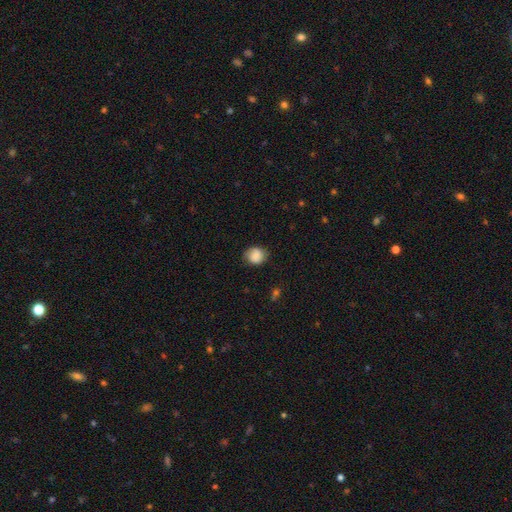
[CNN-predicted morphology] This appears to be a smooth galaxy with no disk features (84%) that is round (76%). Merging: none (78%).